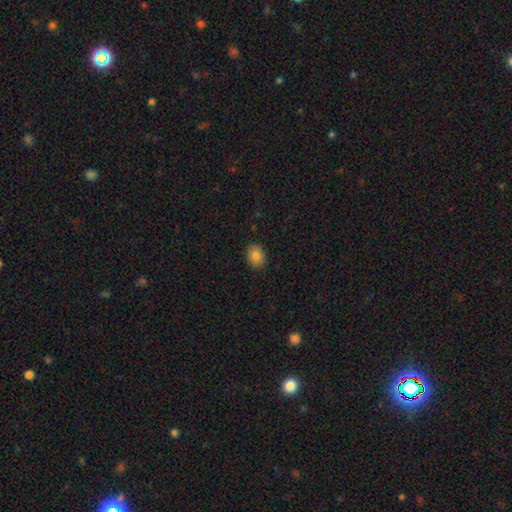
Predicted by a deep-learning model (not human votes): smooth-or-featured: smooth: 83% | star or artifact: 9% | featured or disk: 8%
  how-rounded: in between: 59% | round: 40% | cigar-shaped: 1%
  merging: none: 88% | minor disturbance: 9% | major disturbance: 2% | merger: 1%